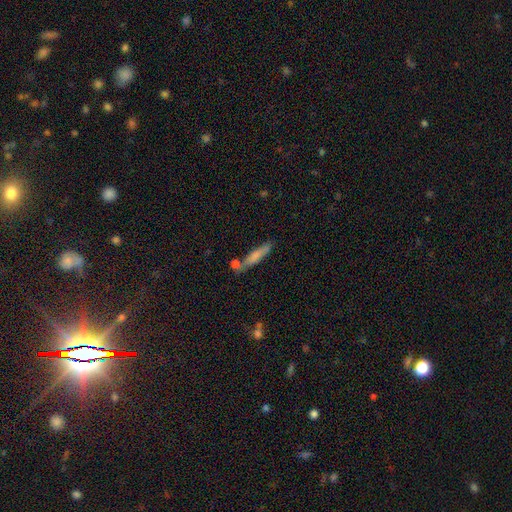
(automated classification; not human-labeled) Smooth or featured?
  - smooth: 68% *
  - featured or disk: 24%
  - star or artifact: 7%
How rounded?
  - cigar-shaped: 89% *
  - in between: 10%
  - round: 2%
Merging?
  - none: 67% *
  - minor disturbance: 15%
  - merger: 14%
  - major disturbance: 4%